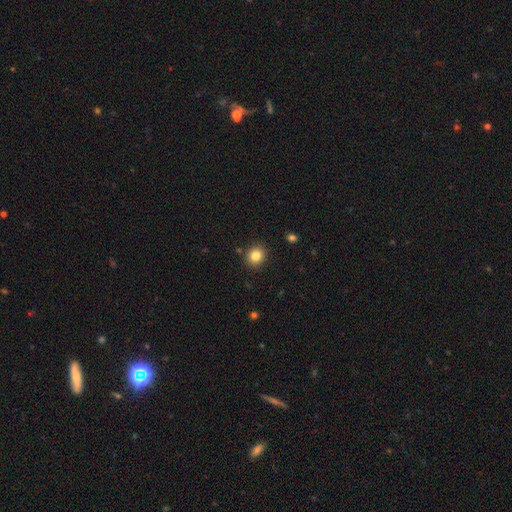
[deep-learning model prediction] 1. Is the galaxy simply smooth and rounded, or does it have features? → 83% smooth, 11% star or artifact, 6% featured or disk.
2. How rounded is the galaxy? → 83% round, 16% in between, 1% cigar-shaped.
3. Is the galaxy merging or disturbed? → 89% none, 7% minor disturbance, 2% merger, 2% major disturbance.